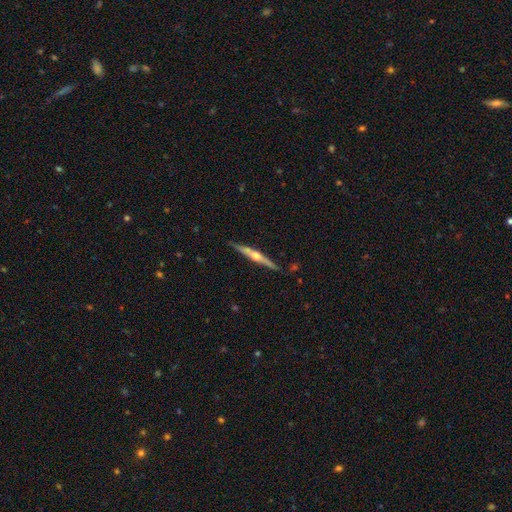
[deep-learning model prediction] Smooth or featured? featured or disk (76%)
Edge-on disk? yes (98%)
Edge-on bulge? rounded (91%)
Merging? none (87%)